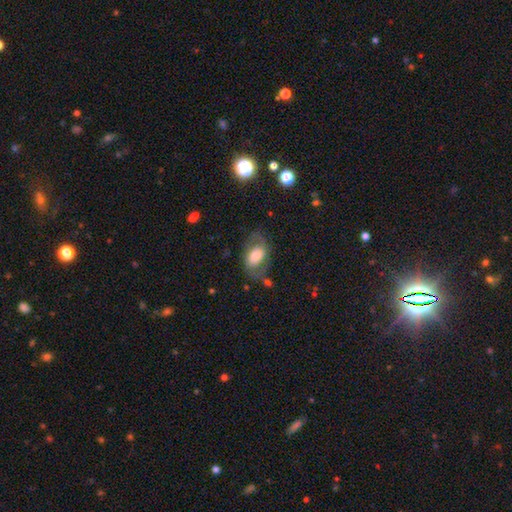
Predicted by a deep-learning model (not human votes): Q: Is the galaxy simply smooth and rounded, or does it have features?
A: smooth — 49%.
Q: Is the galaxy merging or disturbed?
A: none — 56%.